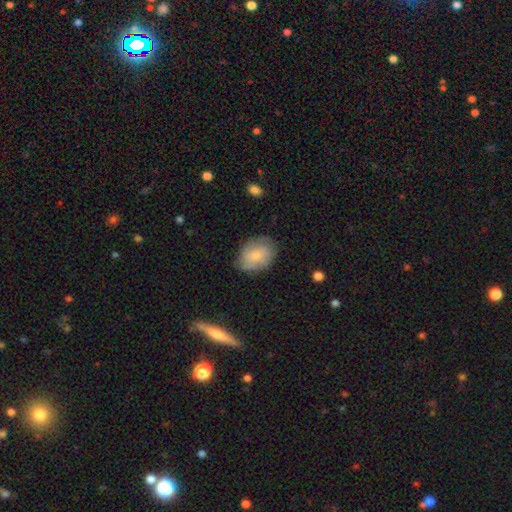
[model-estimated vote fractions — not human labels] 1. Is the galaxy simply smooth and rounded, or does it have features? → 65% smooth, 28% featured or disk, 7% star or artifact.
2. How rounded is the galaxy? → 74% in between, 25% round, 1% cigar-shaped.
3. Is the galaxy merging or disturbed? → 72% none, 21% minor disturbance, 5% major disturbance, 1% merger.